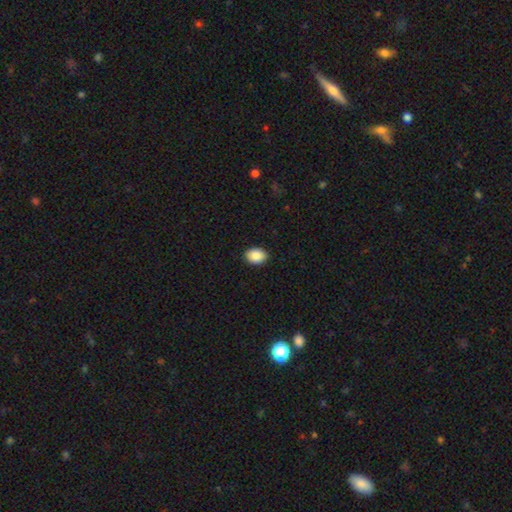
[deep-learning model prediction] This appears to be a smooth galaxy with no disk features (89%) that is in between round and cigar-shaped (73%). Merging: none (91%).